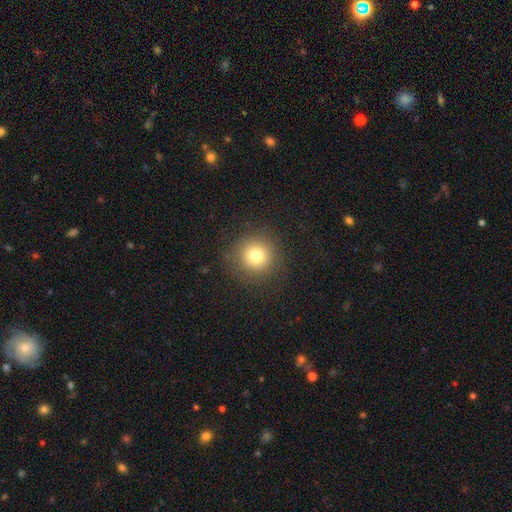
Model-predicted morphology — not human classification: smooth 77%, star or artifact 13%, featured or disk 10%. Down the decision tree: how rounded — round (95%); merging — none (87%).